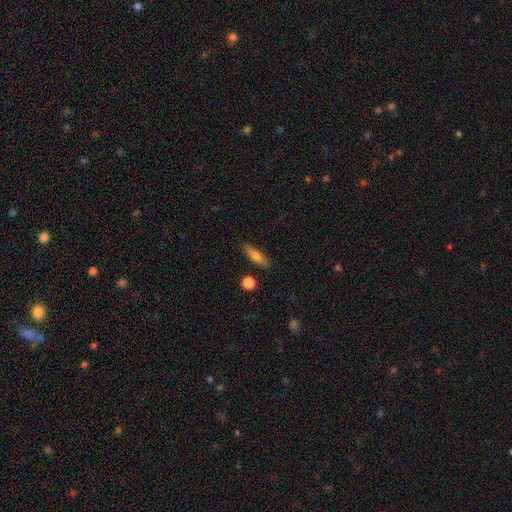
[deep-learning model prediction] Morphology: type=smooth (74%); roundness=cigar-shaped (52%); merging=none (84%).